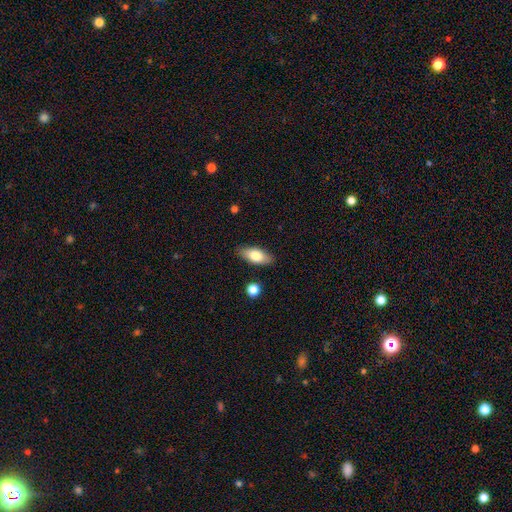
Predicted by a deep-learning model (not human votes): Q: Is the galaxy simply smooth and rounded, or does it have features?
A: smooth — 75%.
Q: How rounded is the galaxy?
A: in between — 83%.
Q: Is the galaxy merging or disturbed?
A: none — 86%.